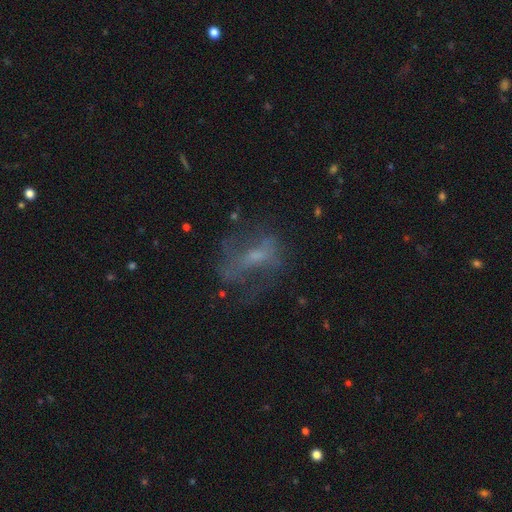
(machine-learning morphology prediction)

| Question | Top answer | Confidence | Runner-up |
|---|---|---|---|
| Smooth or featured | featured or disk | 56% | smooth (28%) |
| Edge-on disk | no | 91% | yes (9%) |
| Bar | no | 47% | weak (36%) |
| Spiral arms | no | 55% | yes (45%) |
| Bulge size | small | 49% | moderate (28%) |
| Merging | none | 50% | major disturbance (27%) |